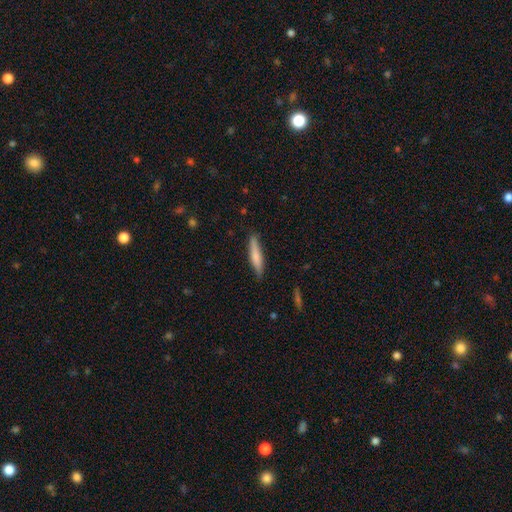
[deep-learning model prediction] Morphology: type=smooth (72%); roundness=cigar-shaped (89%); merging=none (82%).